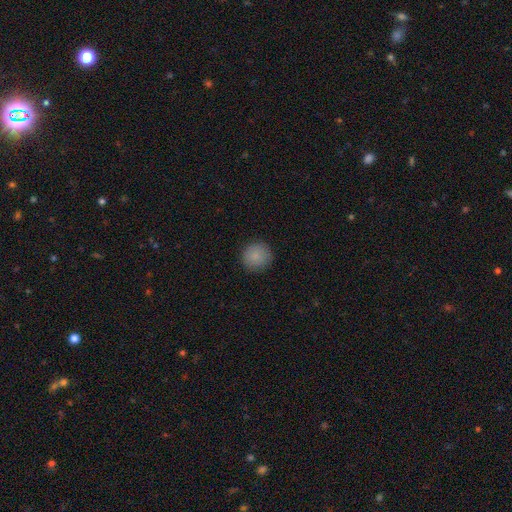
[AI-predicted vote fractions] smooth 87%, star or artifact 9%, featured or disk 4%. Down the decision tree: how rounded — round (94%); merging — none (90%).